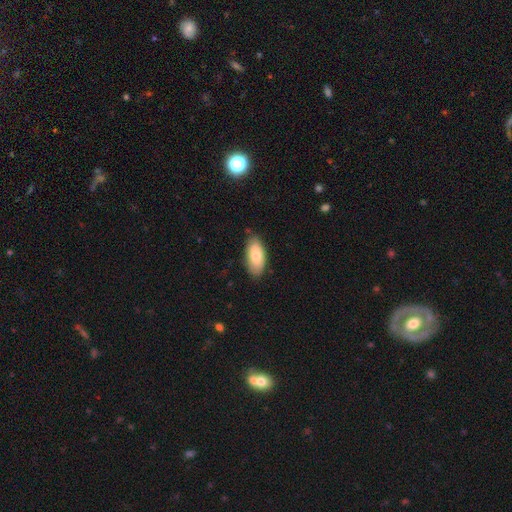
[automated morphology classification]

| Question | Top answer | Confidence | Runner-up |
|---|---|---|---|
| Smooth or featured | smooth | 77% | featured or disk (17%) |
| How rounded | in between | 92% | cigar-shaped (6%) |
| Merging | none | 80% | minor disturbance (16%) |